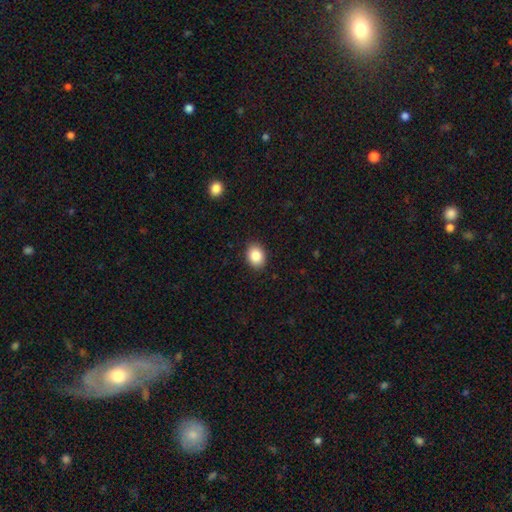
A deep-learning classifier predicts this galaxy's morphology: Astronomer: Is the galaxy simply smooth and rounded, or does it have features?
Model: smooth — 87%.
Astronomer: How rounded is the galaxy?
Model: in between — 63%.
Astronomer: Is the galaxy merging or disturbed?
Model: none — 89%.